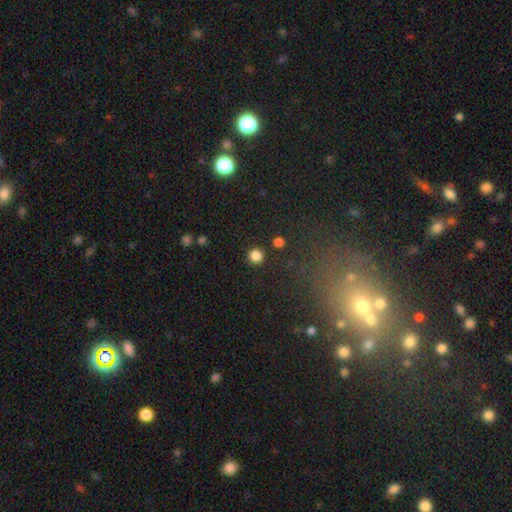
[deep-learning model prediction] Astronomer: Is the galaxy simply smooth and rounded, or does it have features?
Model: smooth — 83%.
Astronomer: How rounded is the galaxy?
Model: round — 95%.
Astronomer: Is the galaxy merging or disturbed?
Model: none — 91%.